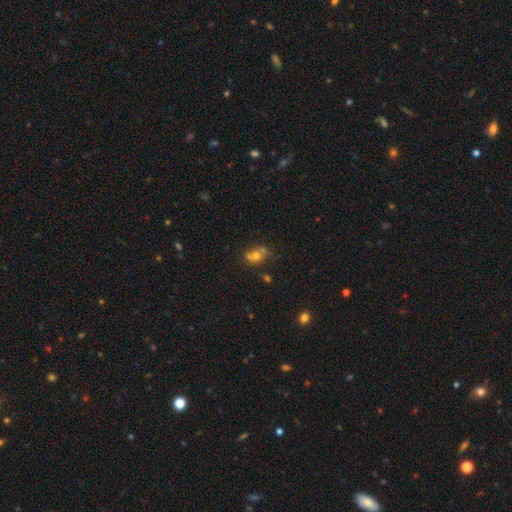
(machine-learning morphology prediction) smooth 60%, featured or disk 25%, star or artifact 14%. Down the decision tree: how rounded — in between (51%); merging — none (44%).